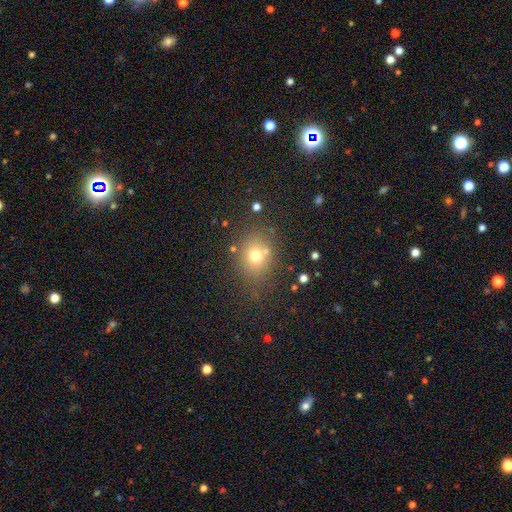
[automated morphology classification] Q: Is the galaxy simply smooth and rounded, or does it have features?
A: smooth — 70%.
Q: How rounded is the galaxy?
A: round — 67%.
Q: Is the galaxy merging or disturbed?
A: none — 72%.